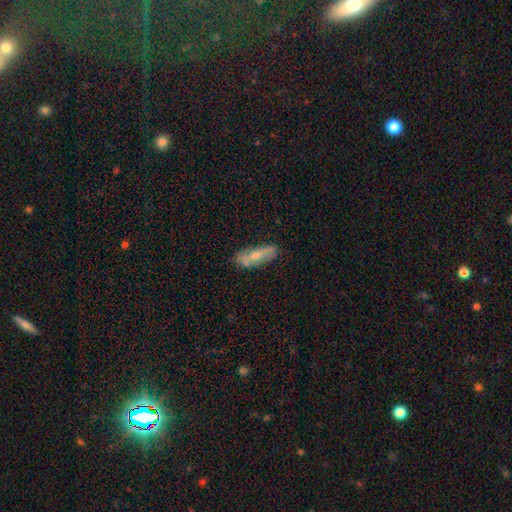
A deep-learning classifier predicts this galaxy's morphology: smooth_or_featured: smooth (p=0.50) [alt: featured or disk p=0.44]
merging: none (p=0.73) [alt: minor disturbance p=0.19]